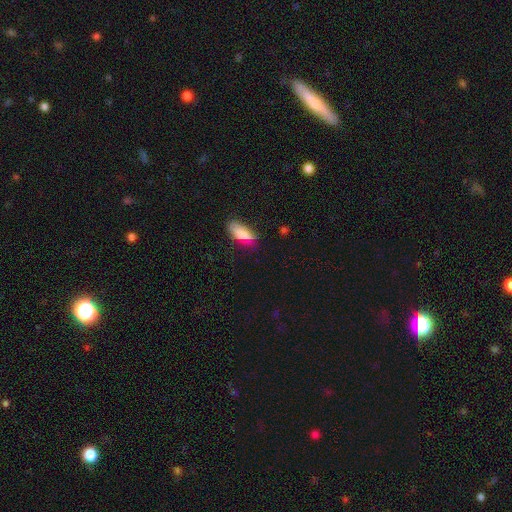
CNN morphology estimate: Smooth or featured: smooth — 79% (star or artifact — 12%)
How rounded: in between — 73% (cigar-shaped — 23%)
Merging: none — 60% (minor disturbance — 28%)